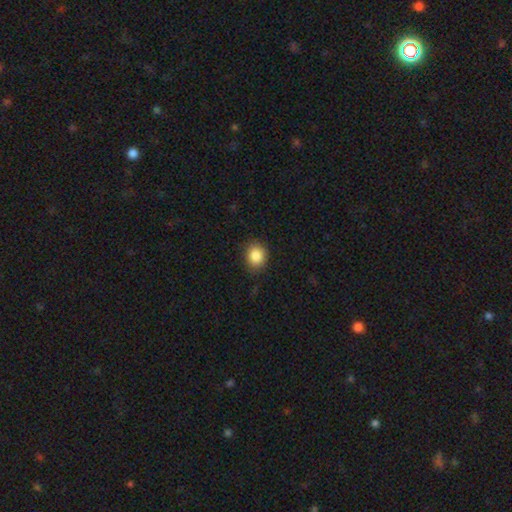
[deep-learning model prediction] Smooth or featured?
  - smooth: 86% *
  - star or artifact: 9%
  - featured or disk: 5%
How rounded?
  - round: 66% *
  - in between: 33%
  - cigar-shaped: 1%
Merging?
  - none: 84% *
  - minor disturbance: 12%
  - major disturbance: 3%
  - merger: 1%